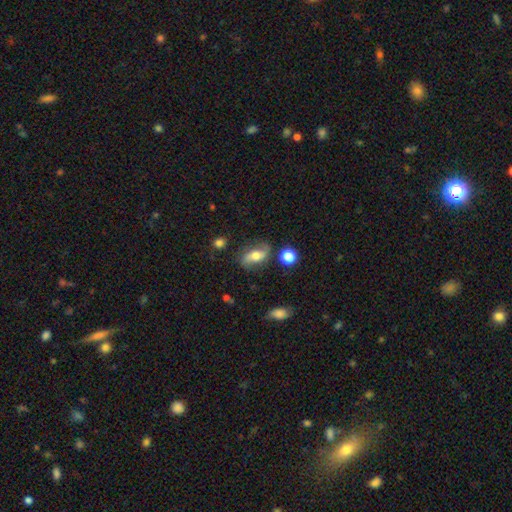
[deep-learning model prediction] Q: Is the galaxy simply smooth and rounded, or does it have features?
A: featured or disk — 47%.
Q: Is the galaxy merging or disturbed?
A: none — 70%.